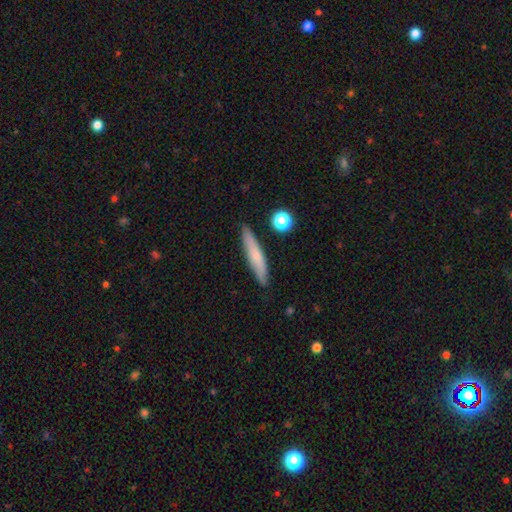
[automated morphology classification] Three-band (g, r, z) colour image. It shows a smooth galaxy with no disk features (66%) that is cigar-shaped (89%). Merging: none (86%).